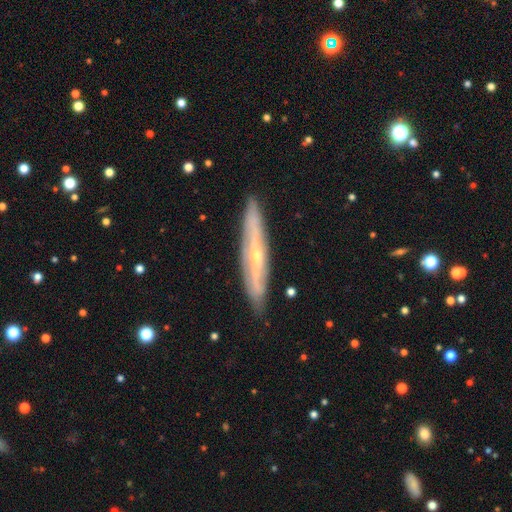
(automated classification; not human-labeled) Smooth or featured: featured or disk — 77% (smooth — 17%)
Edge-on disk: yes — 75% (no — 25%)
Edge-on bulge: rounded — 72% (none — 25%)
Merging: none — 85% (minor disturbance — 12%)